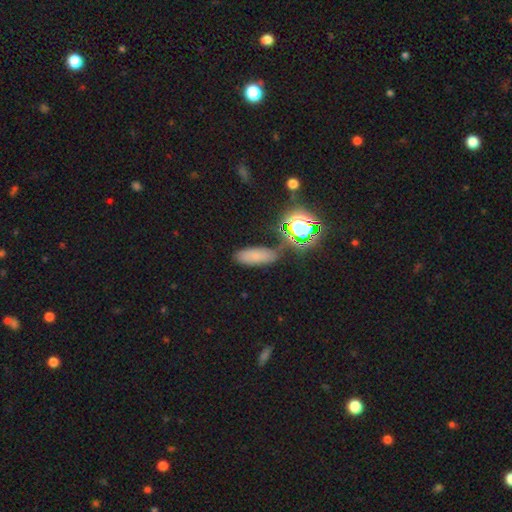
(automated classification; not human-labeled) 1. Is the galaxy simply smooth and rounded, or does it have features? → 66% smooth, 24% star or artifact, 10% featured or disk.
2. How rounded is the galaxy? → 66% in between, 26% cigar-shaped, 7% round.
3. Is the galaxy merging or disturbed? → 76% none, 14% minor disturbance, 6% merger, 5% major disturbance.